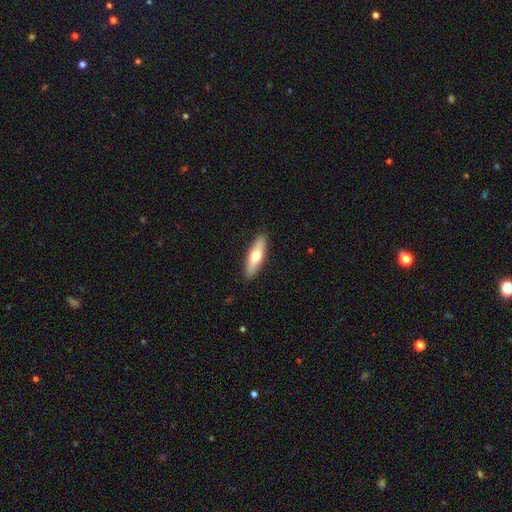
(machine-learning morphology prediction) Q: Smooth or featured?
A: smooth (59%); runner-up: featured or disk (36%)
Q: How rounded?
A: cigar-shaped (58%); runner-up: in between (40%)
Q: Merging?
A: none (90%); runner-up: minor disturbance (7%)